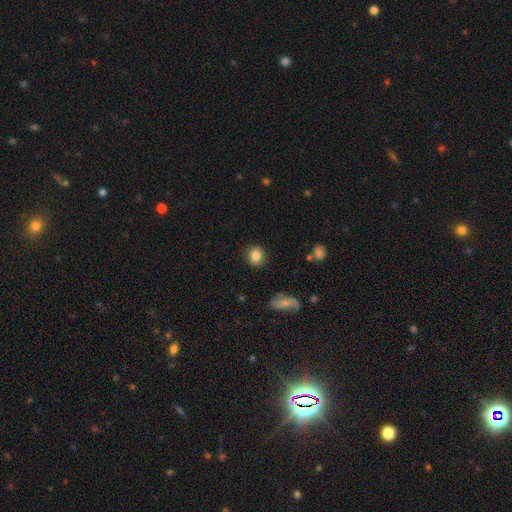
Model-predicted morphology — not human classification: type=smooth (83%); roundness=round (69%); merging=none (87%).